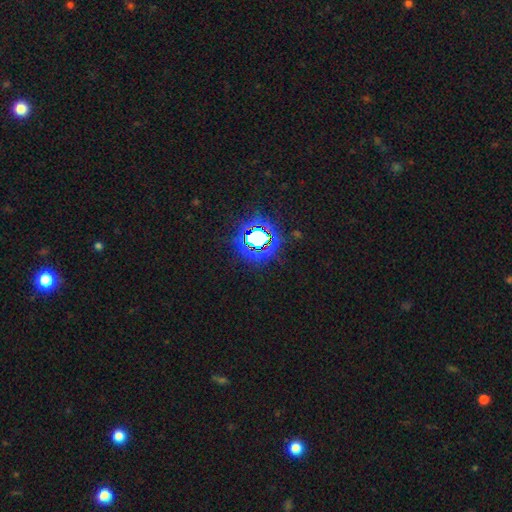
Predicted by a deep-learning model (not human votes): Smooth or featured? star or artifact (81%)